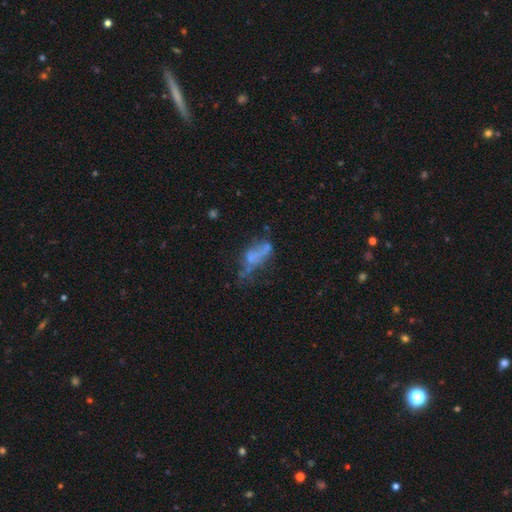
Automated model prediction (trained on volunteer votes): Smooth or featured? Predicted: featured or disk (p=0.46). Merging? Predicted: major disturbance (p=0.35).